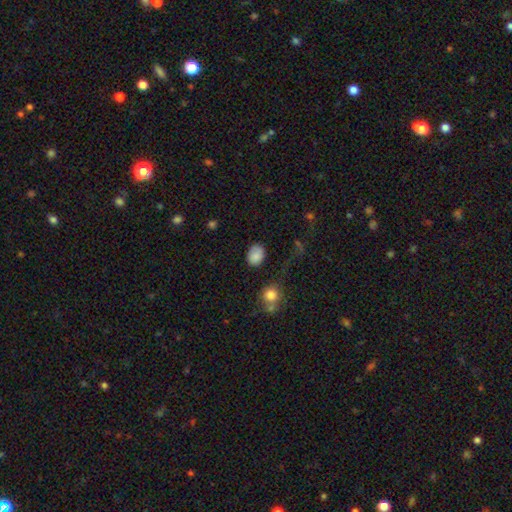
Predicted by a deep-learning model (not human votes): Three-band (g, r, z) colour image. It shows a smooth galaxy with no disk features (85%) that is in between round and cigar-shaped (68%). Merging: none (78%).